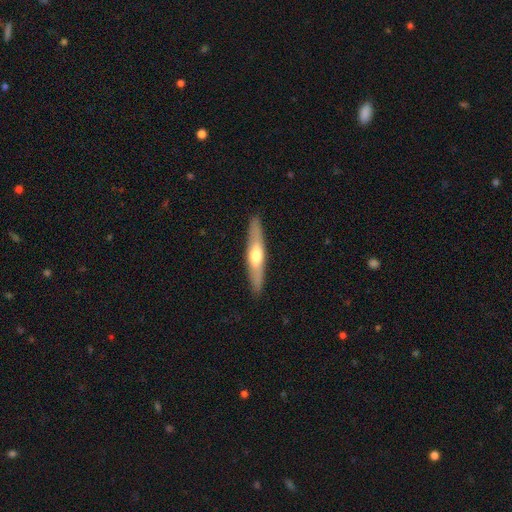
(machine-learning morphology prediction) A featured or disk galaxy (51%) viewed edge-on (86%). Merging: none (90%).